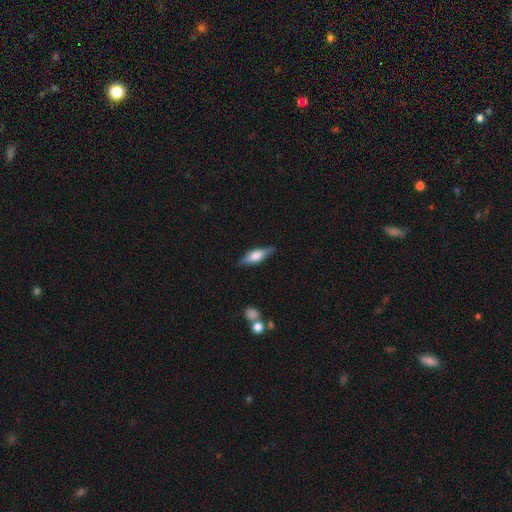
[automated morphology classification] Smooth or featured? featured or disk (51%)
Edge-on disk? yes (93%)
Merging? none (84%)